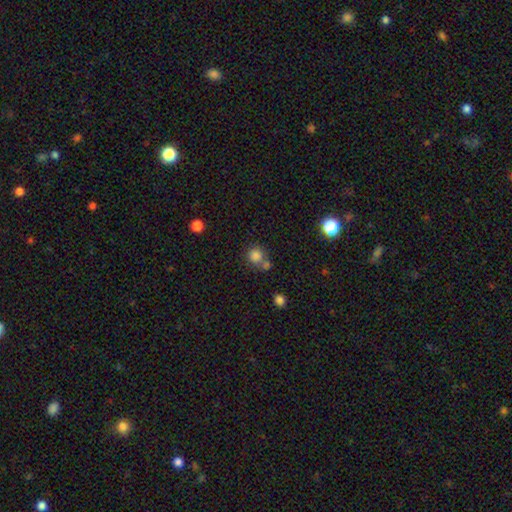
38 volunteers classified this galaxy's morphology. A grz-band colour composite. It shows a smooth galaxy with no disk features (84%) that is round (94%). Merging: none (57%).